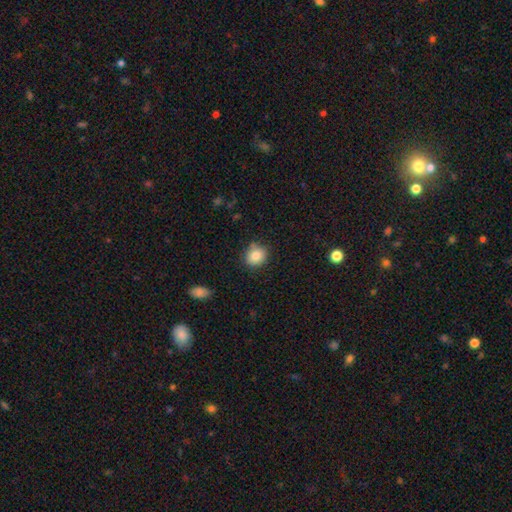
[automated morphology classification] Overall: smooth (85%). How rounded: round (76%). Merging: none (81%).